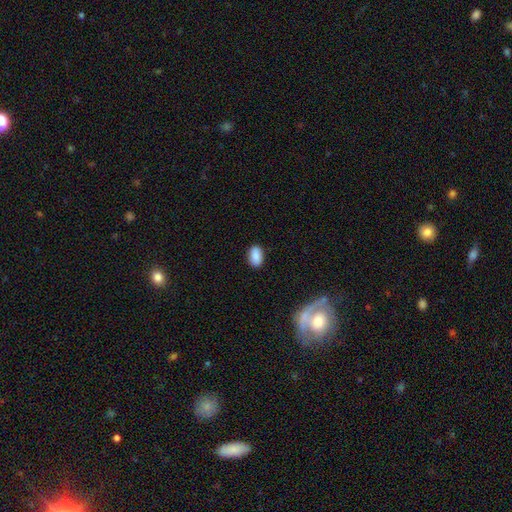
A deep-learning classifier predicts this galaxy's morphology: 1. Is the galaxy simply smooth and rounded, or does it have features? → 87% smooth, 7% star or artifact, 6% featured or disk.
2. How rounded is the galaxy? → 91% in between, 6% round, 3% cigar-shaped.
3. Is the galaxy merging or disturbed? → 86% none, 11% minor disturbance, 2% major disturbance, 1% merger.